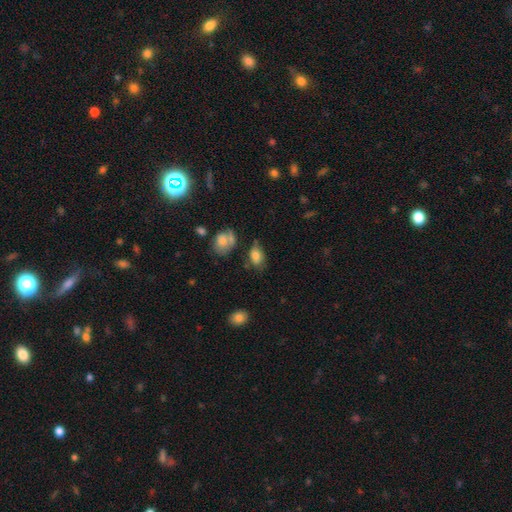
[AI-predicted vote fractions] smooth 77%, featured or disk 13%, star or artifact 10%. Down the decision tree: how rounded — in between (87%); merging — none (55%).